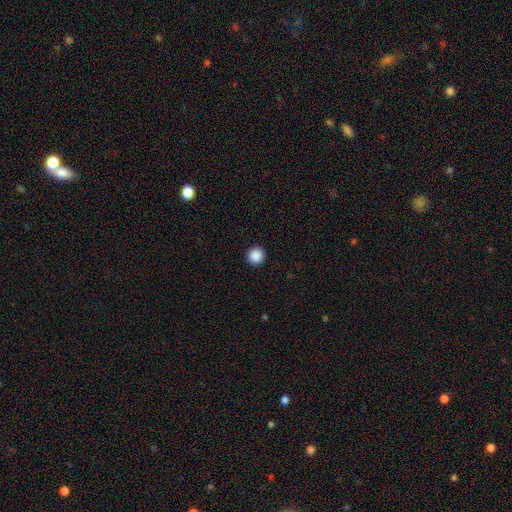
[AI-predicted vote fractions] Morphology: type=smooth (89%); roundness=round (95%); merging=none (93%).